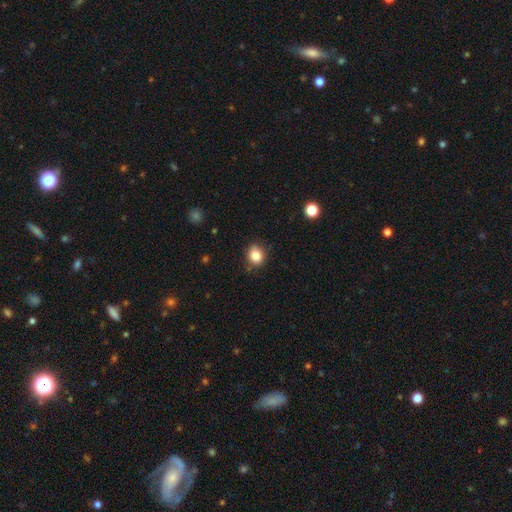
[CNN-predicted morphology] Smooth or featured? Predicted: smooth (p=0.84). How rounded? Predicted: round (p=0.68). Merging? Predicted: none (p=0.83).